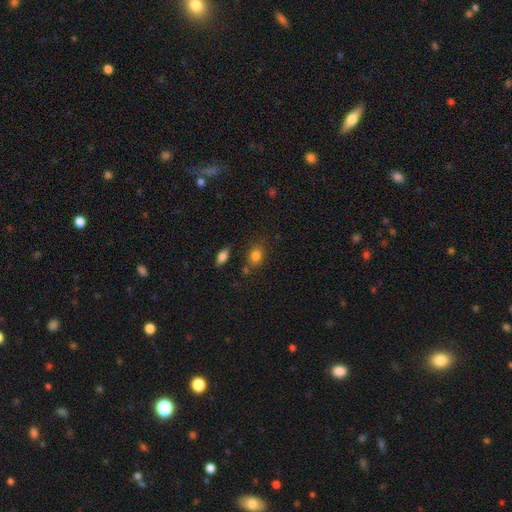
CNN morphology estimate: smooth 81%, star or artifact 11%, featured or disk 9%. Down the decision tree: how rounded — in between (62%); merging — none (70%).